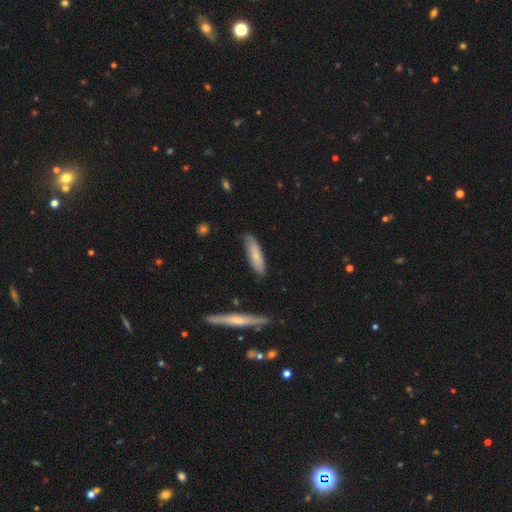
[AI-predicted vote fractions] smooth-or-featured: smooth: 76% | featured or disk: 18% | star or artifact: 6%
  how-rounded: cigar-shaped: 66% | in between: 33% | round: 1%
  merging: none: 80% | minor disturbance: 15% | major disturbance: 3% | merger: 2%